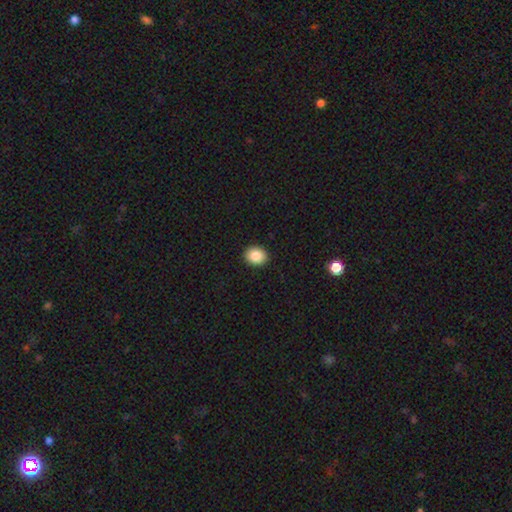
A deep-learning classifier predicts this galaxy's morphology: Overall: smooth (85%). How rounded: round (59%; in between 40%). Merging: none (92%).